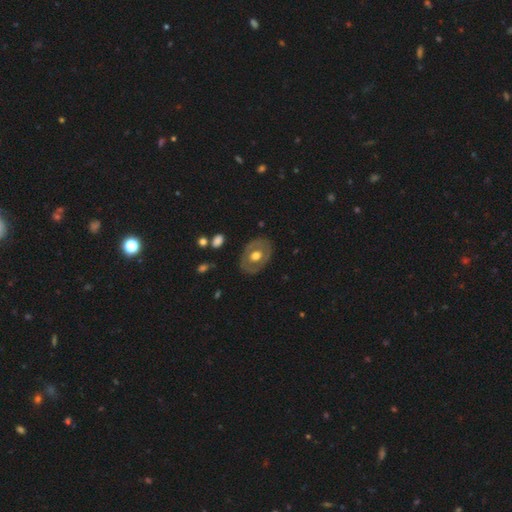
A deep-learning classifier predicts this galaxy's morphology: featured or disk 53%, smooth 42%, star or artifact 6%. Down the decision tree: edge-on disk — no (92%); merging — none (81%).